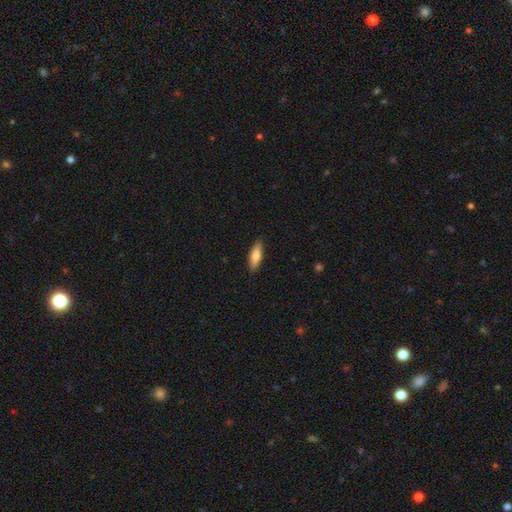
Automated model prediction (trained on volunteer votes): Q: Smooth or featured?
A: smooth (76%); runner-up: featured or disk (19%)
Q: How rounded?
A: cigar-shaped (51%); runner-up: in between (47%)
Q: Merging?
A: none (89%); runner-up: minor disturbance (8%)